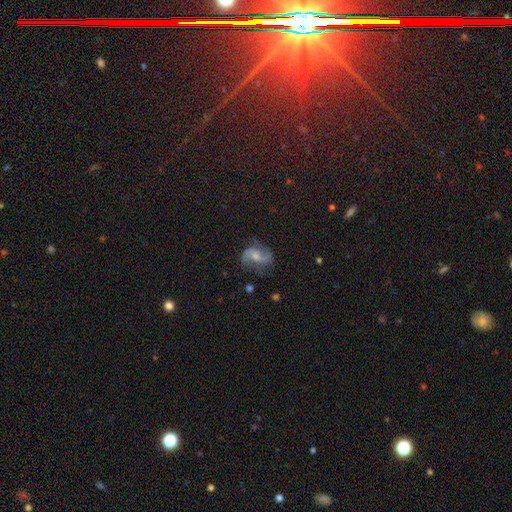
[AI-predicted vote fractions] Smooth or featured: featured or disk — 84% (smooth — 10%)
Edge-on disk: no — 98% (yes — 2%)
Bar: no — 50% (weak — 40%)
Spiral arms: yes — 96% (no — 4%)
Spiral winding: medium — 47% (loose — 42%)
Spiral arm count: 2 — 89% (can't tell — 3%)
Bulge size: moderate — 47% (small — 38%)
Merging: none — 71% (minor disturbance — 18%)